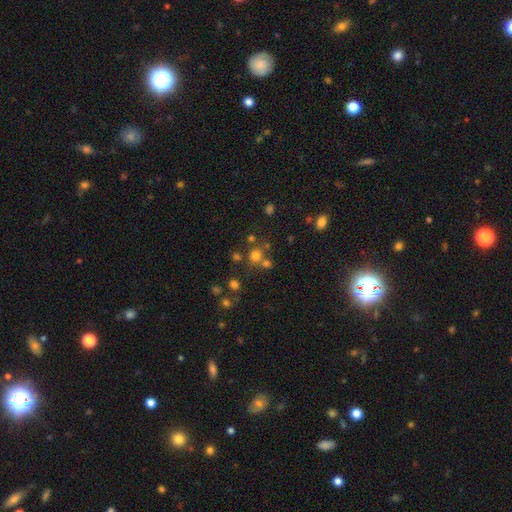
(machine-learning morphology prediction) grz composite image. It shows a smooth galaxy with no disk features (66%) that is round (87%). Merging: none (64%).